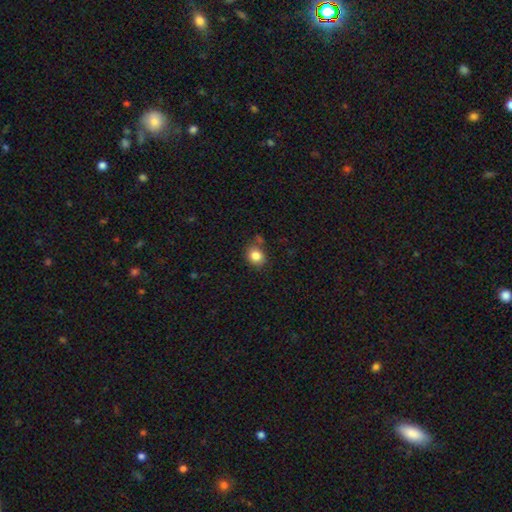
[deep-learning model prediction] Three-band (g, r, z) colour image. It shows a smooth galaxy with no disk features (84%) that is round (70%). Merging: none (76%).